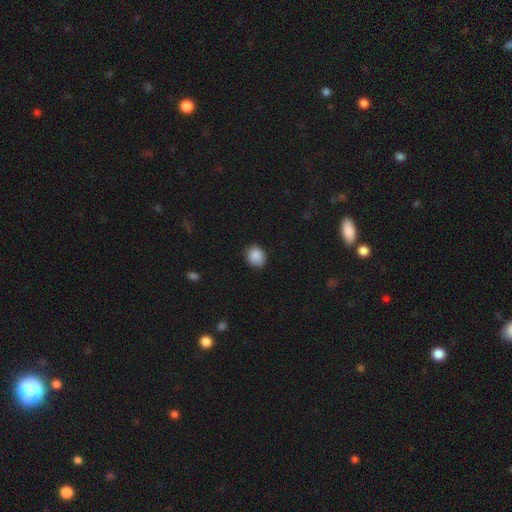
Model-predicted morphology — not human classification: Q: Smooth or featured?
A: smooth (88%); runner-up: star or artifact (8%)
Q: How rounded?
A: round (64%); runner-up: in between (35%)
Q: Merging?
A: none (79%); runner-up: minor disturbance (17%)